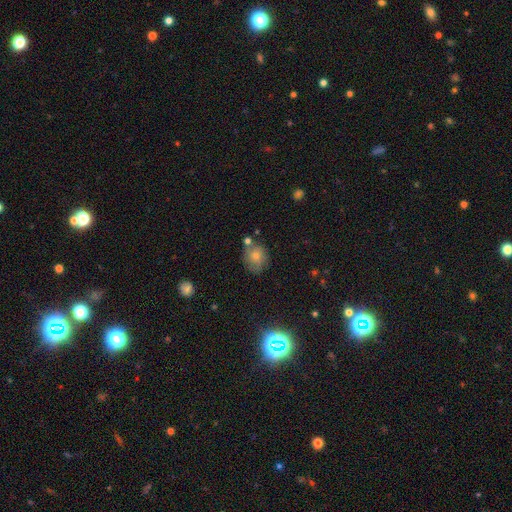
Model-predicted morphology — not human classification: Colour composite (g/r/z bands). It shows a smooth galaxy with no disk features (58%) that is round (71%). Merging: none (67%).